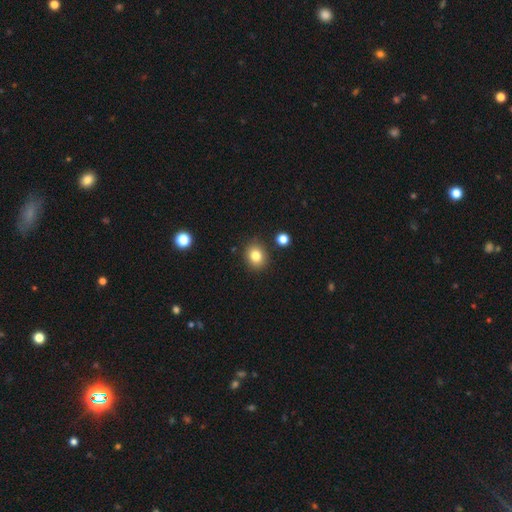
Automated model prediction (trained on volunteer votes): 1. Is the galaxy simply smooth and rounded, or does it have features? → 82% smooth, 11% star or artifact, 7% featured or disk.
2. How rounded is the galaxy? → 66% round, 33% in between, 1% cigar-shaped.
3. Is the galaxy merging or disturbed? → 85% none, 9% minor disturbance, 3% merger, 2% major disturbance.